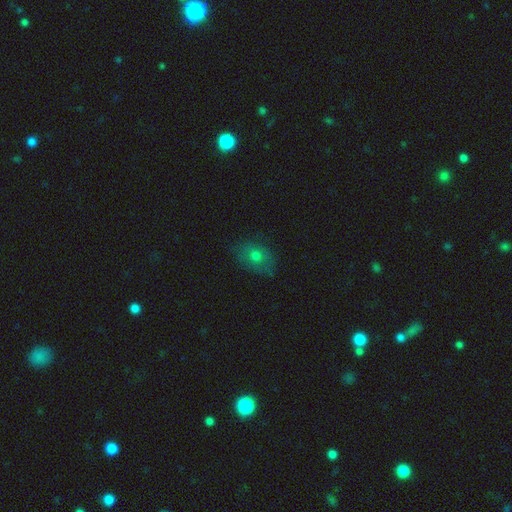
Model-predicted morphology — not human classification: smooth 63%, featured or disk 23%, star or artifact 13%. Down the decision tree: how rounded — in between (65%); merging — none (70%).